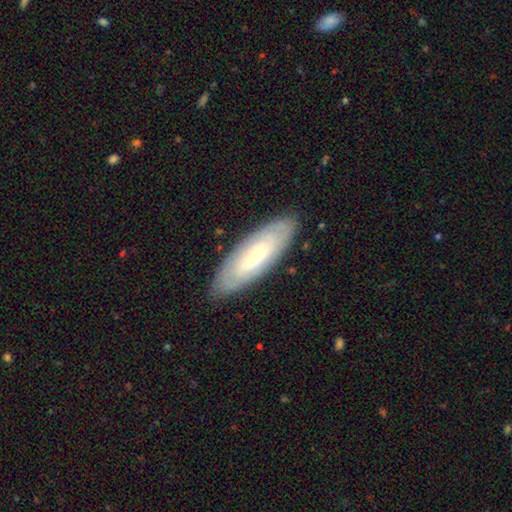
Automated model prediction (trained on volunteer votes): Morphology: type=featured or disk (48%); merging=none (85%).